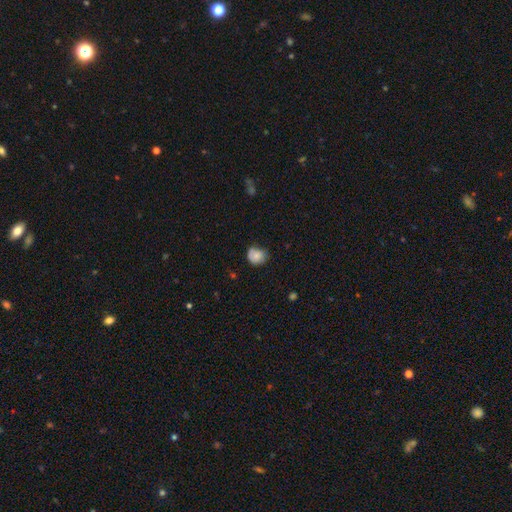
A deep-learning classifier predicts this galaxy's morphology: smooth-or-featured: smooth: 78% | featured or disk: 13% | star or artifact: 8%
  how-rounded: round: 69% | in between: 31% | cigar-shaped: 1%
  merging: none: 57% | minor disturbance: 33% | major disturbance: 7% | merger: 3%